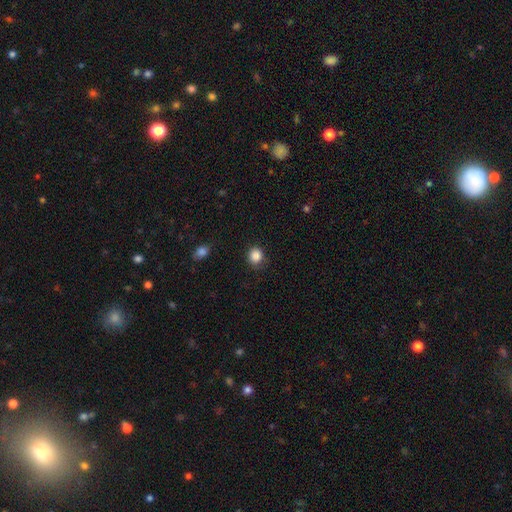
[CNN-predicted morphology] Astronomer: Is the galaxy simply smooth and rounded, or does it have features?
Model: smooth — 87%.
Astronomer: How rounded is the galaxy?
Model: round — 82%.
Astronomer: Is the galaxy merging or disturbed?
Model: none — 82%.